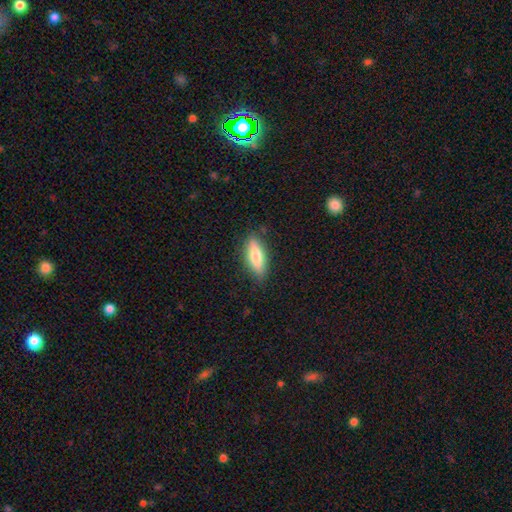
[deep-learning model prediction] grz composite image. It shows a smooth galaxy with no disk features (68%) that is in between round and cigar-shaped (53%). Merging: none (83%).